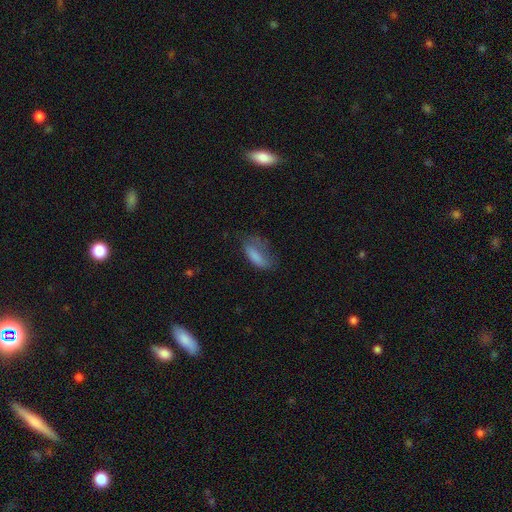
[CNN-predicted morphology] Smooth or featured? Predicted: smooth (p=0.76). How rounded? Predicted: in between (p=0.76). Merging? Predicted: none (p=0.37).